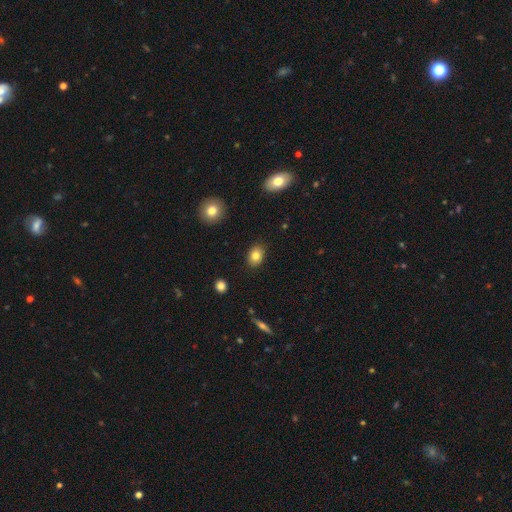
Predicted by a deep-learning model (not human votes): smooth_or_featured: smooth (p=0.82) [alt: star or artifact p=0.09]
how_rounded: in between (p=0.71) [alt: round p=0.27]
merging: none (p=0.88) [alt: minor disturbance p=0.09]